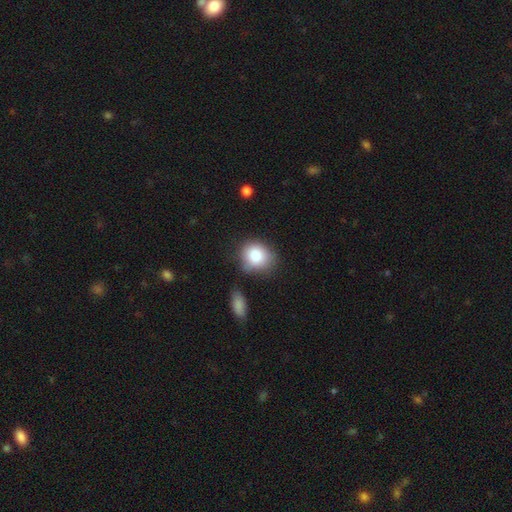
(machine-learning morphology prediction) This is clearly a smooth galaxy (85%). How rounded: likely round (64%). Merging: likely none (66%).